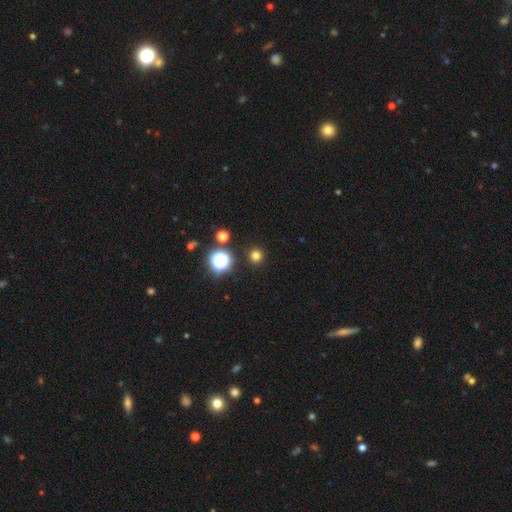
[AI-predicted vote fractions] Smooth or featured? smooth (76%)
How rounded? round (95%)
Merging? none (91%)